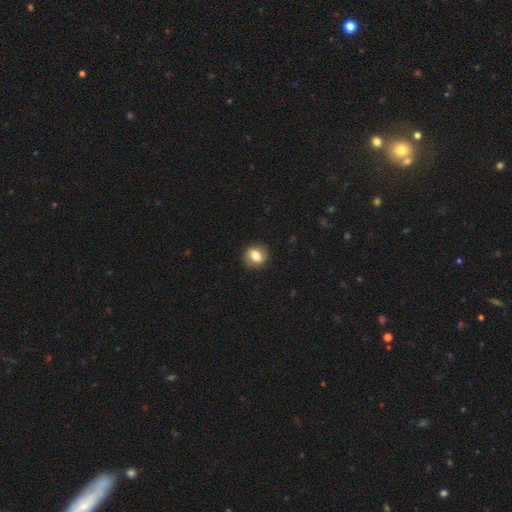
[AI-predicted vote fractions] This is likely a smooth galaxy (71%). How rounded: likely round (72%). Merging: clearly none (86%).